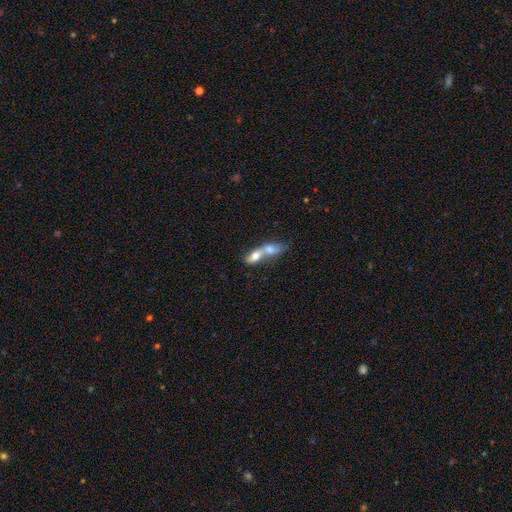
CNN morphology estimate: smooth 67%, featured or disk 25%, star or artifact 8%. Down the decision tree: how rounded — in between (69%); merging — merger (82%).